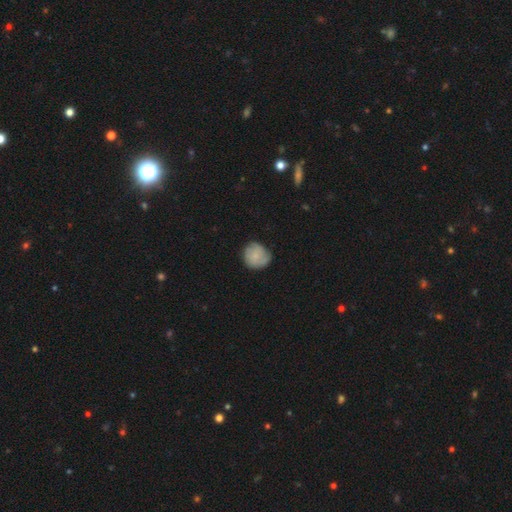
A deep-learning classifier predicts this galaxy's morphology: A smooth galaxy with no disk features (72%) that is round (88%).

Vote fractions:
- Smooth or featured? smooth: 72% / featured or disk: 21% / star or artifact: 7%
- How rounded? round: 88% / in between: 11% / cigar-shaped: 1%
- Merging? none: 71% / minor disturbance: 23% / major disturbance: 5% / merger: 1%